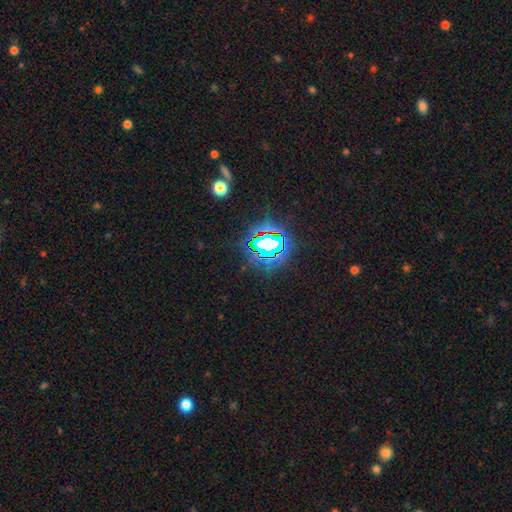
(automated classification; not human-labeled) star or artifact 83%, smooth 10%, featured or disk 7%.